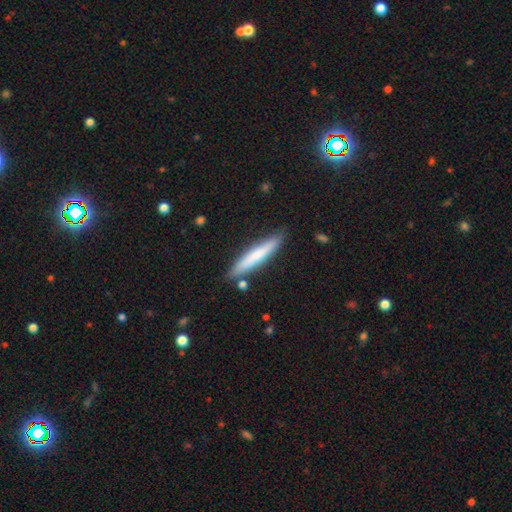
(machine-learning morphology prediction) type=smooth (69%); roundness=cigar-shaped (92%); merging=none (85%).